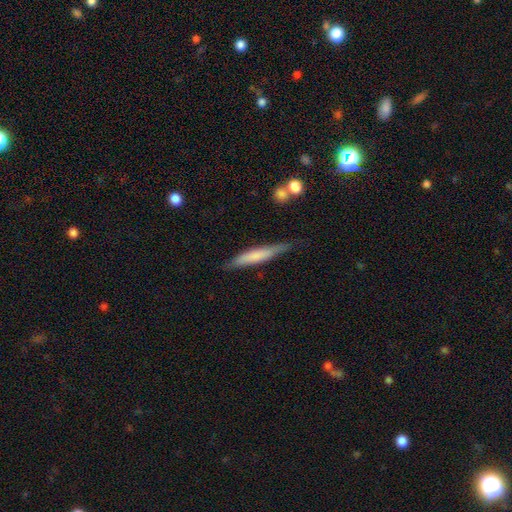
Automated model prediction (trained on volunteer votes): Smooth or featured? Predicted: smooth (p=0.63). How rounded? Predicted: cigar-shaped (p=0.91). Merging? Predicted: none (p=0.75).